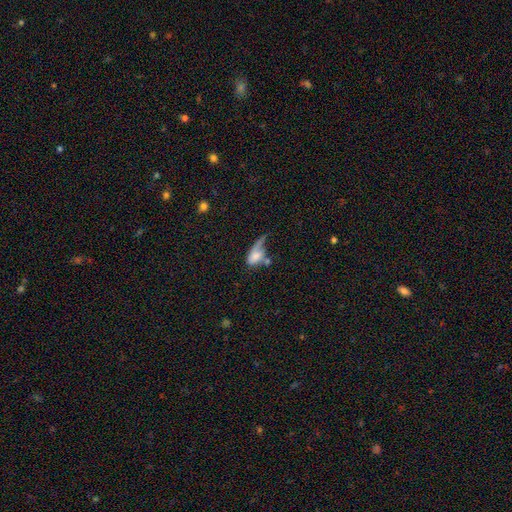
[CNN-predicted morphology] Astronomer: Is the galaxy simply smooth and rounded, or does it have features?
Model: smooth — 62%.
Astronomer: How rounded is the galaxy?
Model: in between — 84%.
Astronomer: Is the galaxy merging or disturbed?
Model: major disturbance — 39% (runner-up: merger, 21%).